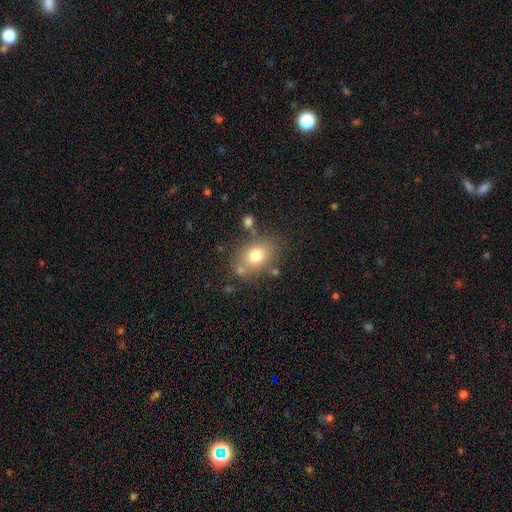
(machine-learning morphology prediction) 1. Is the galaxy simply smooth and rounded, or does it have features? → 75% smooth, 15% featured or disk, 11% star or artifact.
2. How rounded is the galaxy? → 66% in between, 32% round, 1% cigar-shaped.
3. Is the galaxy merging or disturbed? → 70% none, 15% minor disturbance, 9% merger, 6% major disturbance.